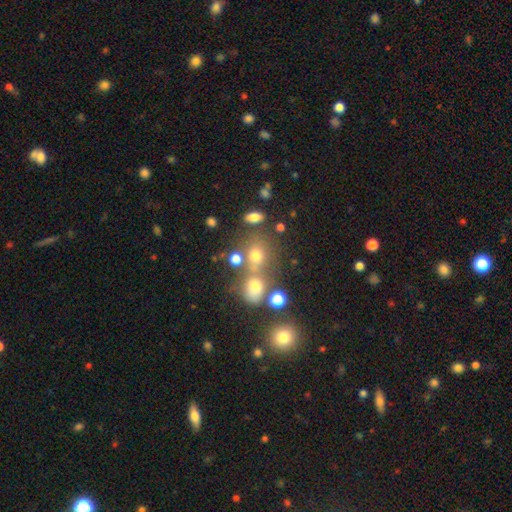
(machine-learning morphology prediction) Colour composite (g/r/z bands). It shows a smooth galaxy with no disk features (65%) that is round (58%). Merging: none (45%).